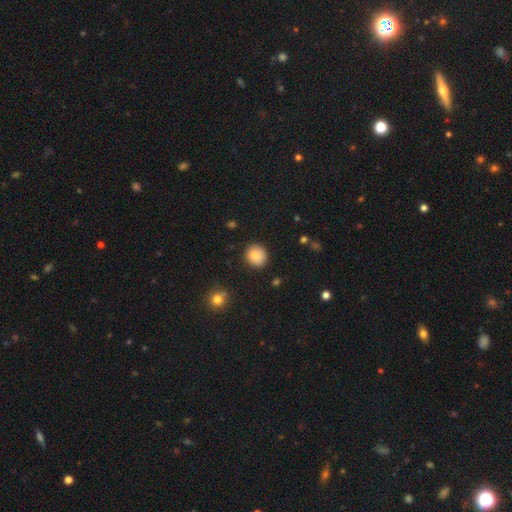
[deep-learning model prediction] smooth 86%, star or artifact 8%, featured or disk 5%. Down the decision tree: how rounded — round (83%); merging — none (88%).